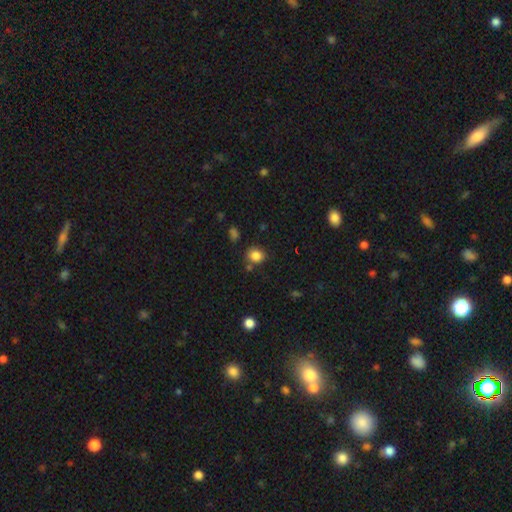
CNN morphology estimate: This appears to be a smooth galaxy with no disk features (84%) that is round (60%). Merging: none (74%).